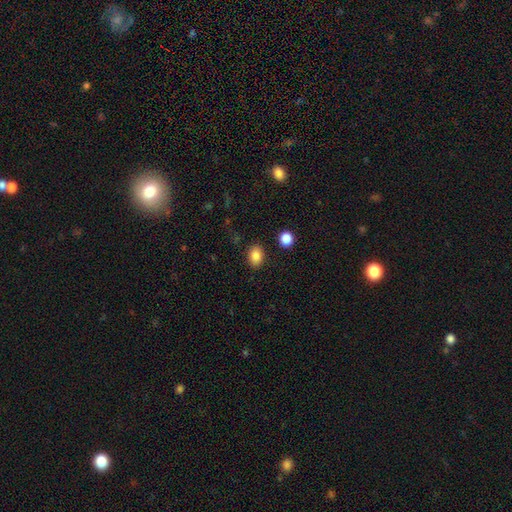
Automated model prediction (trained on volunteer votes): The model was most divided on "how rounded": in between: 73%, round: 26%, cigar-shaped: 1%. More confident: merging — none (87%); smooth or featured — smooth (84%).